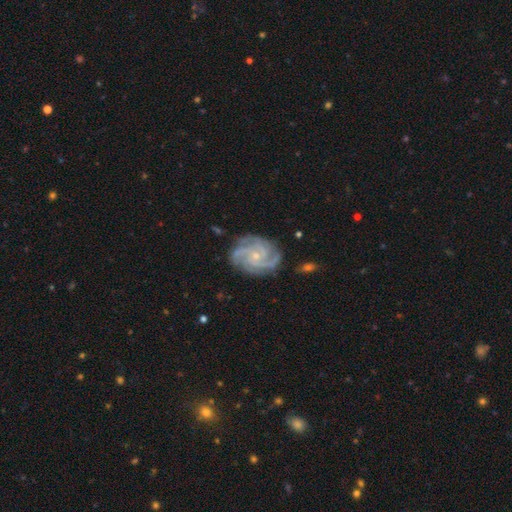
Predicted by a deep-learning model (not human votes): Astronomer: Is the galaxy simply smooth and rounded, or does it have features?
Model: featured or disk — 90%.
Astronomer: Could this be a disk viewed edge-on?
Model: no — 98%.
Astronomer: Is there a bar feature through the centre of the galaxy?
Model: no — 73%.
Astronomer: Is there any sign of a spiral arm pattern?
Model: yes — 98%.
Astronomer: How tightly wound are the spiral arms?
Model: tight — 63%.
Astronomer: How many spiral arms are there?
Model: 4 — 37% (runner-up: 3, 30%).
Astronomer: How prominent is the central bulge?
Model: small — 77%.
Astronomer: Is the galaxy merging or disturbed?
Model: none — 80%.